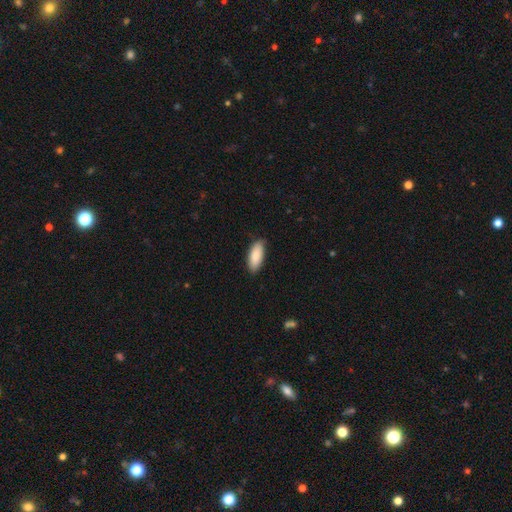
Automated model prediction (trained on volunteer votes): Smooth or featured: smooth — 88% (featured or disk — 6%)
How rounded: in between — 83% (cigar-shaped — 15%)
Merging: none — 83% (minor disturbance — 14%)